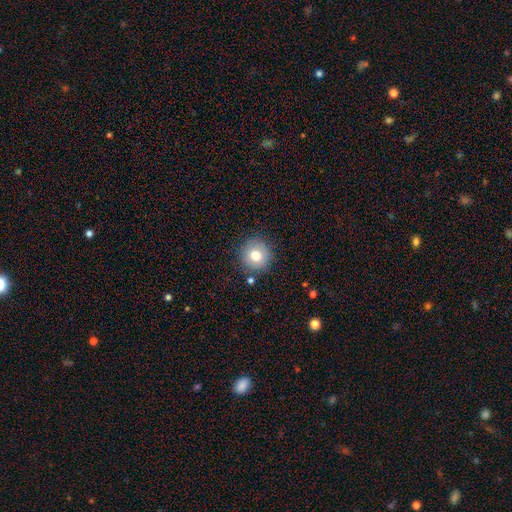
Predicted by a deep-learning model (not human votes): Overall: smooth (75%). How rounded: round (93%). Merging: none (85%).